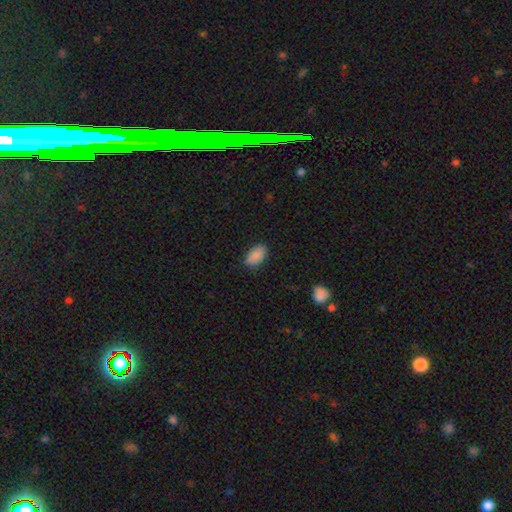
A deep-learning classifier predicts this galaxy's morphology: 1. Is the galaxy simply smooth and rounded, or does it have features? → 88% smooth, 8% star or artifact, 4% featured or disk.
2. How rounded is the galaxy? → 93% in between, 5% round, 2% cigar-shaped.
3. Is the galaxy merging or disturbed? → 81% none, 15% minor disturbance, 3% major disturbance, 1% merger.